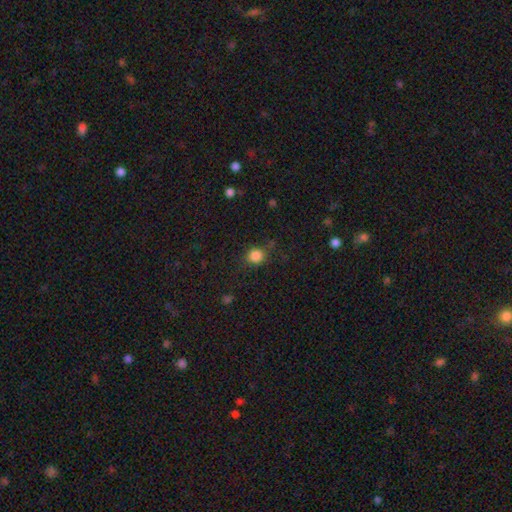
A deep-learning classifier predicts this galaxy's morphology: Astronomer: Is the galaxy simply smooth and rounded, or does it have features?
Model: smooth — 84%.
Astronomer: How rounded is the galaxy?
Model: round — 84%.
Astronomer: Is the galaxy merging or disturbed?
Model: none — 80%.